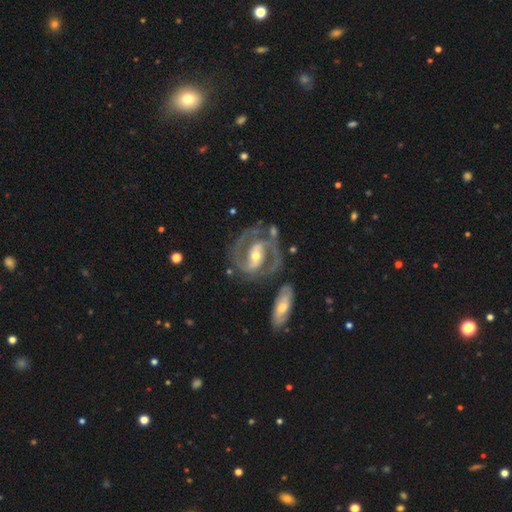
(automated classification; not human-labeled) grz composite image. It shows a featured or disk galaxy (90%) with a strong bar (48%), 2 (91%) medium (55%) spiral arms (97%) and a moderate central bulge (63%). Merging: none (70%).